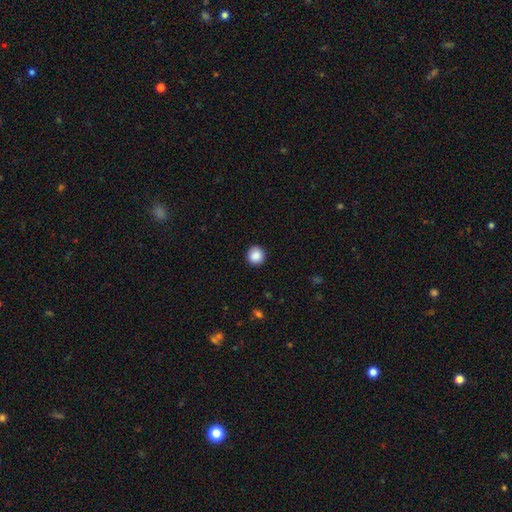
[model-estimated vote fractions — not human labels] A smooth galaxy with no disk features (88%) that is round (92%).

Vote fractions:
- Smooth or featured? smooth: 88% / star or artifact: 9% / featured or disk: 3%
- How rounded? round: 92% / in between: 7% / cigar-shaped: 1%
- Merging? none: 89% / minor disturbance: 8% / major disturbance: 2% / merger: 1%